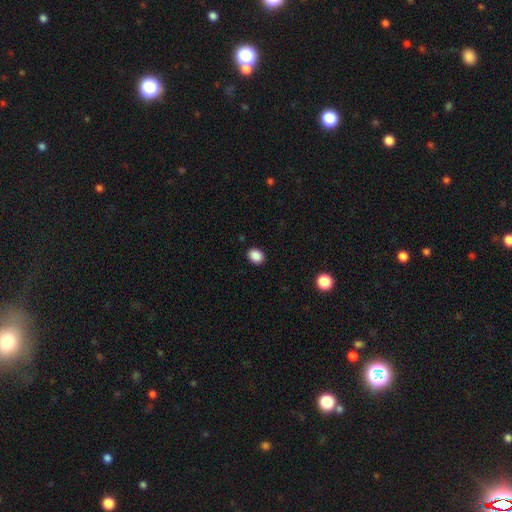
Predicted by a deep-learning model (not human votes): Smooth or featured? smooth (88%)
How rounded? in between (53%)
Merging? none (91%)